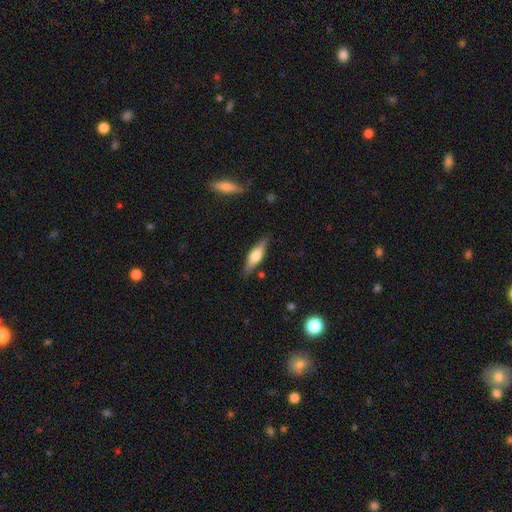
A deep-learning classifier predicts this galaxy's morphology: smooth-or-featured: smooth: 49% | featured or disk: 45% | star or artifact: 6%
  merging: none: 83% | minor disturbance: 12% | major disturbance: 3% | merger: 2%